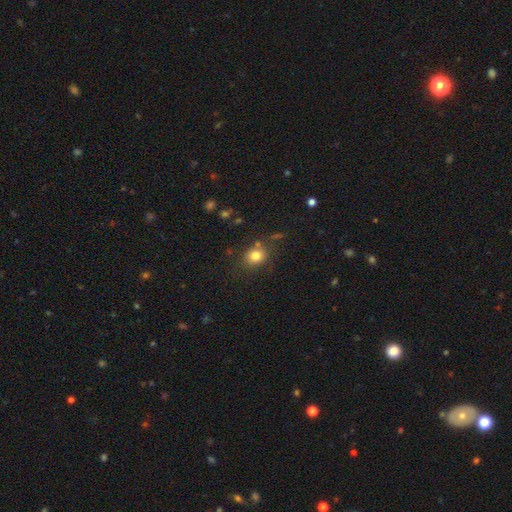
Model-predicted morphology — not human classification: smooth-or-featured: smooth: 80% | star or artifact: 12% | featured or disk: 8%
  how-rounded: round: 69% | in between: 30% | cigar-shaped: 1%
  merging: none: 74% | minor disturbance: 14% | merger: 7% | major disturbance: 5%